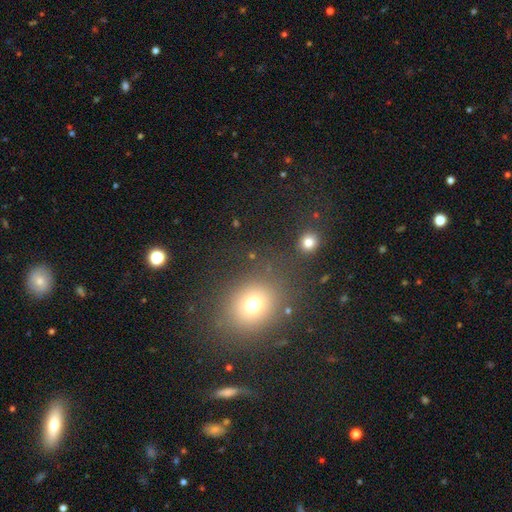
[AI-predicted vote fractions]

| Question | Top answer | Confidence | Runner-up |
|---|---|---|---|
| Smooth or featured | smooth | 61% | star or artifact (29%) |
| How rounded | round | 68% | in between (31%) |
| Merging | none | 80% | minor disturbance (10%) |